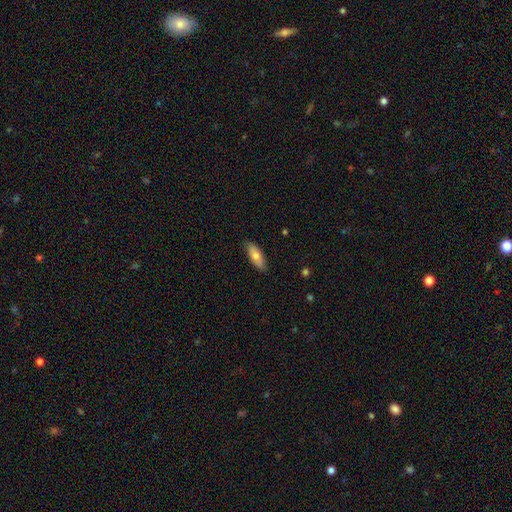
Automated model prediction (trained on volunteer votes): smooth-or-featured: smooth: 74% | featured or disk: 20% | star or artifact: 6%
  how-rounded: in between: 72% | cigar-shaped: 26% | round: 2%
  merging: none: 86% | minor disturbance: 11% | major disturbance: 2% | merger: 1%